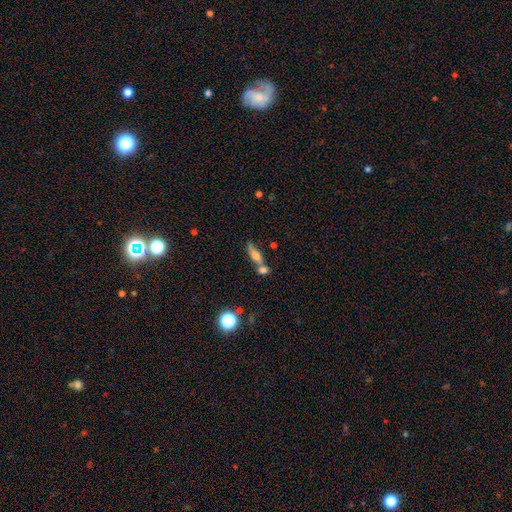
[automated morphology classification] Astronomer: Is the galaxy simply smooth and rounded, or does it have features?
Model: smooth — 59%.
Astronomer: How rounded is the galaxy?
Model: in between — 53% (runner-up: cigar-shaped, 41%).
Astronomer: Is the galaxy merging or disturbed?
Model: merger — 43% (runner-up: none, 39%).